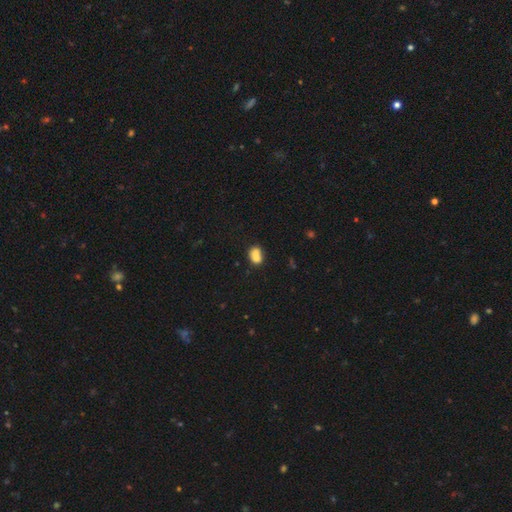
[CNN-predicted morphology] This is clearly a smooth galaxy (81%). How rounded: likely in between (76%). Merging: possibly none (52%).